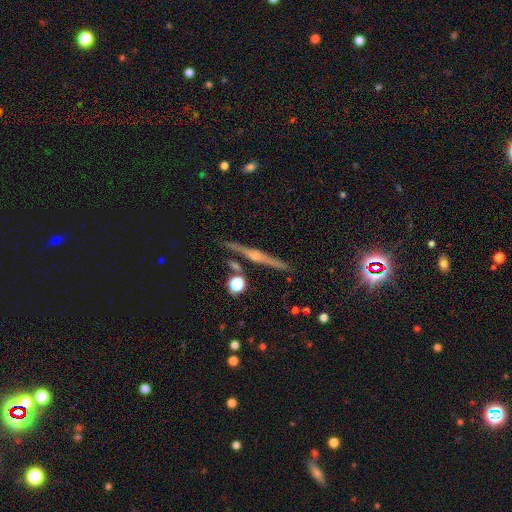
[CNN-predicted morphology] Smooth or featured? Predicted: featured or disk (p=0.71). Edge-on disk? Predicted: yes (p=0.97). Edge-on bulge? Predicted: rounded (p=0.73). Merging? Predicted: none (p=0.87).